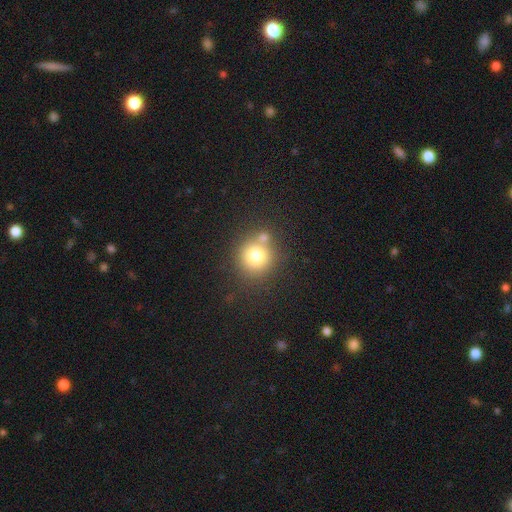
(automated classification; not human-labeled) A smooth galaxy with no disk features (76%) that is round (90%).

Vote fractions:
- Smooth or featured? smooth: 76% / star or artifact: 13% / featured or disk: 12%
- How rounded? round: 90% / in between: 9% / cigar-shaped: 1%
- Merging? none: 64% / merger: 22% / minor disturbance: 10% / major disturbance: 4%